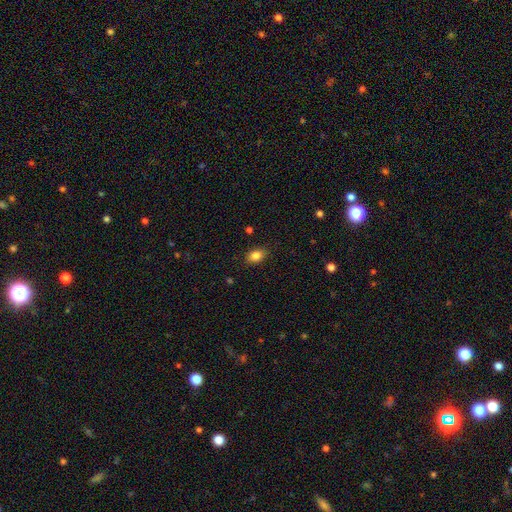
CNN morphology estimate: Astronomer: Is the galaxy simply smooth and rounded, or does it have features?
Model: smooth — 84%.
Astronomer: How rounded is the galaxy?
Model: in between — 78%.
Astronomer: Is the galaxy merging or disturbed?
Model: none — 86%.